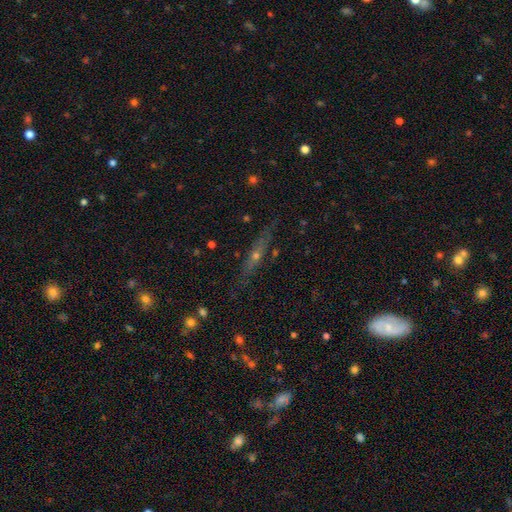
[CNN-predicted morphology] Smooth or featured? Predicted: featured or disk (p=0.61). Edge-on disk? Predicted: yes (p=0.91). Edge-on bulge? Predicted: rounded (p=0.81). Merging? Predicted: none (p=0.83).